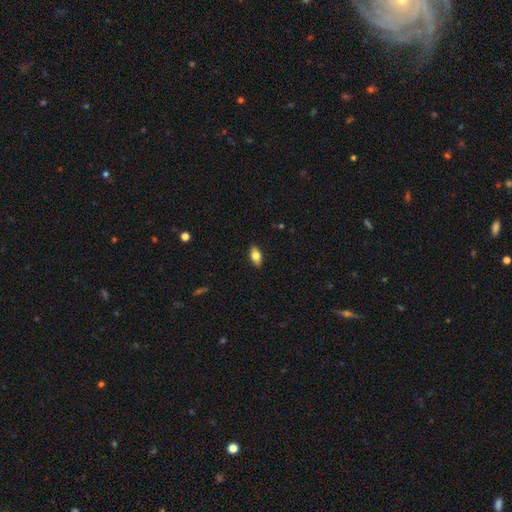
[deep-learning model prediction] The model was most divided on "smooth or featured": smooth: 73%, featured or disk: 20%, star or artifact: 7%. More confident: merging — none (89%); how rounded — in between (87%).